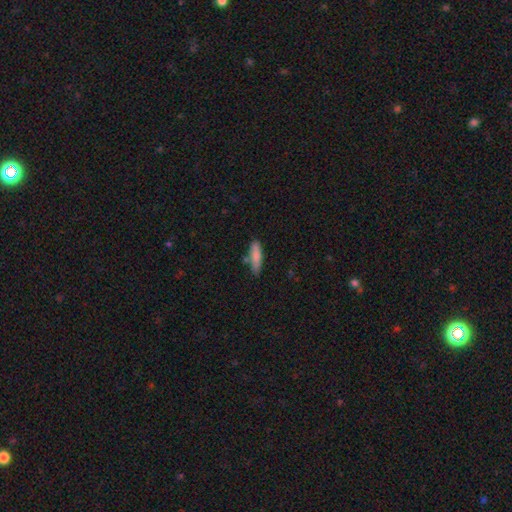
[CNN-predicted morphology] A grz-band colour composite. It shows a smooth galaxy with no disk features (82%) that is cigar-shaped (65%). Merging: none (72%).